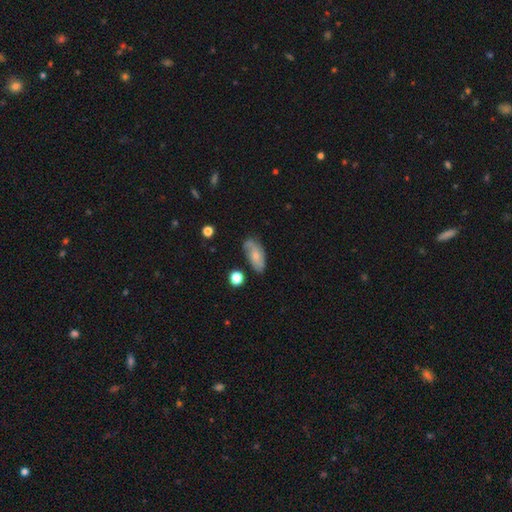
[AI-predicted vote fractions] Overall: smooth (55%; featured or disk 38%). How rounded: in between (87%). Merging: none (61%; minor disturbance 27%).